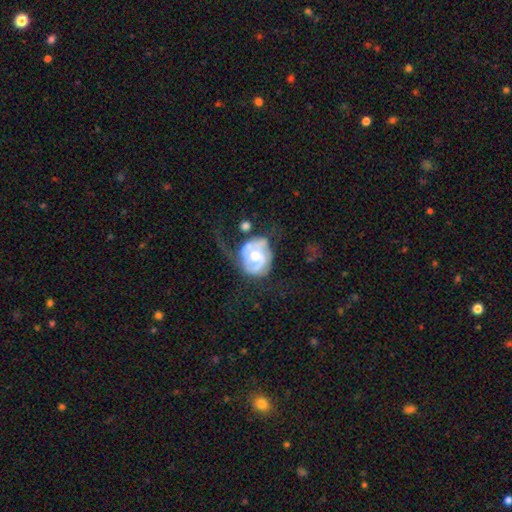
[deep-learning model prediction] Smooth or featured? Predicted: featured or disk (p=0.76). Edge-on disk? Predicted: no (p=0.97). Bar? Predicted: no (p=0.59). Spiral arms? Predicted: yes (p=0.81). Spiral winding? Predicted: tight (p=0.39). Spiral arm count? Predicted: 2 (p=0.61). Bulge size? Predicted: moderate (p=0.69). Merging? Predicted: major disturbance (p=0.37).